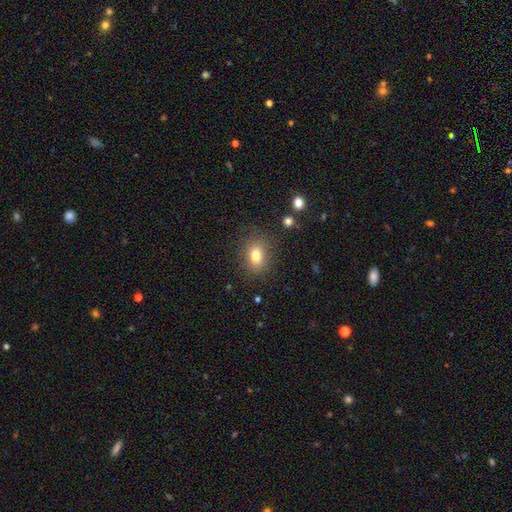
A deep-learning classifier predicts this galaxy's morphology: Q: Smooth or featured?
A: smooth (78%); runner-up: star or artifact (12%)
Q: How rounded?
A: in between (62%); runner-up: round (37%)
Q: Merging?
A: none (83%); runner-up: minor disturbance (11%)